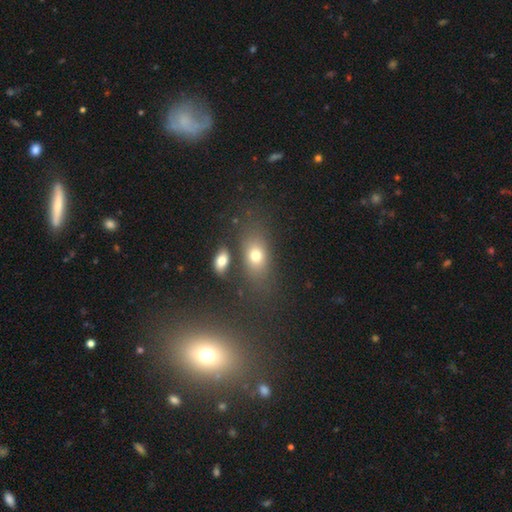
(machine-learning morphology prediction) smooth-or-featured: smooth: 72% | featured or disk: 15% | star or artifact: 14%
  how-rounded: in between: 75% | round: 20% | cigar-shaped: 5%
  merging: none: 66% | minor disturbance: 13% | merger: 12% | major disturbance: 8%